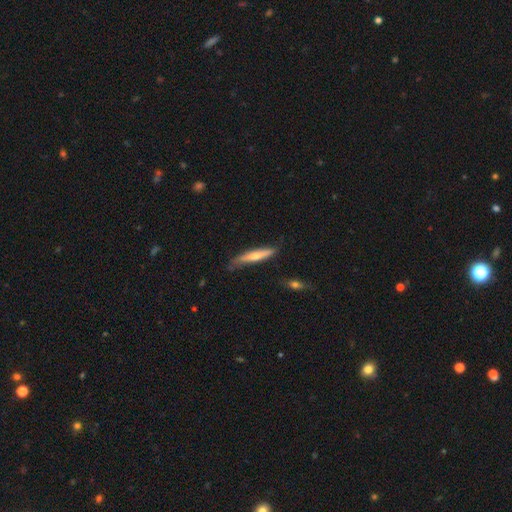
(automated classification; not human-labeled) A smooth galaxy with no disk features (59%) that is cigar-shaped (89%). Merging: none (69%).